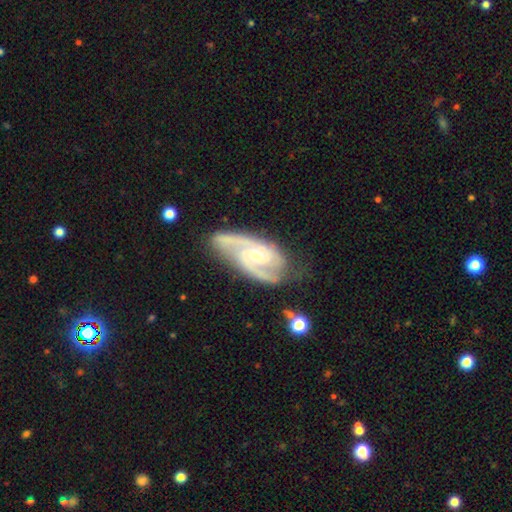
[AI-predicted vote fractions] Smooth or featured: featured or disk — 90% (smooth — 5%)
Edge-on disk: no — 96% (yes — 4%)
Bar: no — 48% (weak — 40%)
Spiral arms: yes — 98% (no — 2%)
Spiral winding: medium — 50% (tight — 40%)
Spiral arm count: 2 — 65% (3 — 22%)
Bulge size: small — 57% (moderate — 39%)
Merging: none — 68% (minor disturbance — 22%)